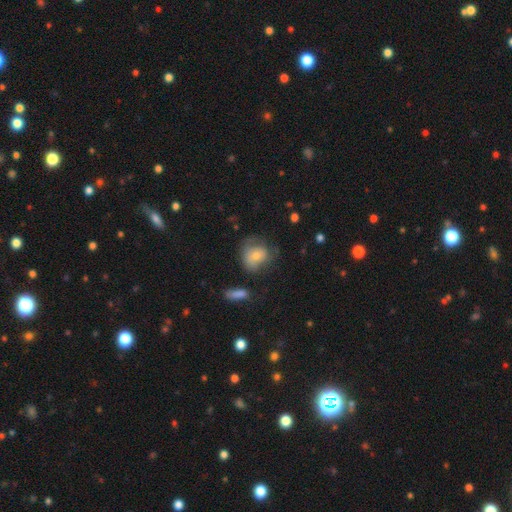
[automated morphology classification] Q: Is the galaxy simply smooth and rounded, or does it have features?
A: smooth — 63%.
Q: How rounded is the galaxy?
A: round — 60%.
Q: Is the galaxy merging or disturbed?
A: none — 39%.